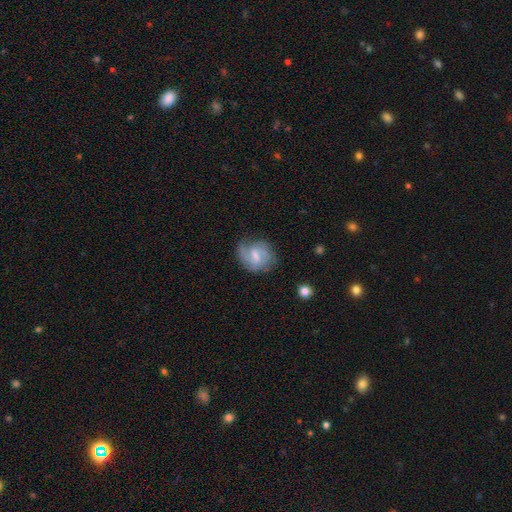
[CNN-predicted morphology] A featured or disk galaxy (68%) with a weak bar (59%), 2 (58%) medium (45%) spiral arms (88%) and a small central bulge (42%).

Vote fractions:
- Smooth or featured? featured or disk: 68% / smooth: 25% / star or artifact: 7%
- Edge-on disk? no: 97% / yes: 3%
- Bar? weak: 59% / strong: 23% / no: 18%
- Spiral arms? yes: 88% / no: 12%
- Spiral winding? medium: 45% / tight: 31% / loose: 24%
- Spiral arm count? 2: 58% / can't tell: 19% / 1: 11% / 3: 8% / 4: 2% / more than 4: 2%
- Bulge size? small: 42% / moderate: 36% / none: 17% / large: 4% / dominant: 1%
- Merging? none: 63% / minor disturbance: 23% / major disturbance: 11% / merger: 2%